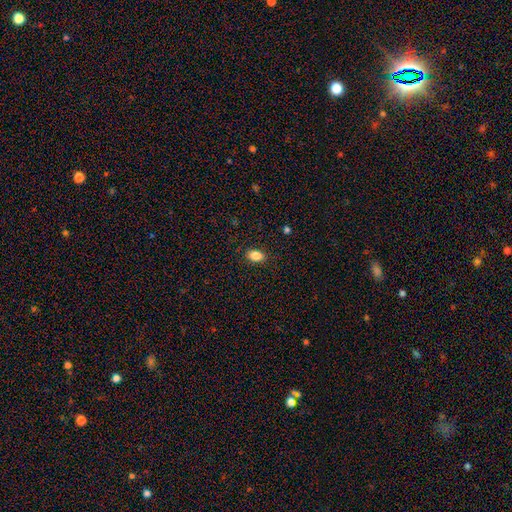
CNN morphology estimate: Smooth or featured?
  - smooth: 86% *
  - star or artifact: 9%
  - featured or disk: 5%
How rounded?
  - in between: 87% *
  - round: 11%
  - cigar-shaped: 2%
Merging?
  - none: 88% *
  - minor disturbance: 9%
  - major disturbance: 2%
  - merger: 1%